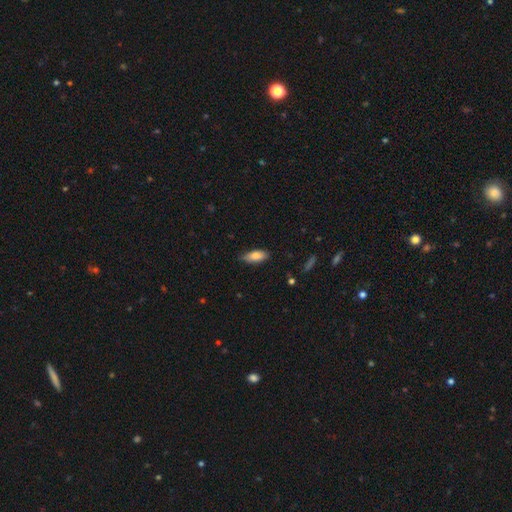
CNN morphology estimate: This appears to be a smooth galaxy with no disk features (81%) that is in between round and cigar-shaped (76%). Merging: none (79%).